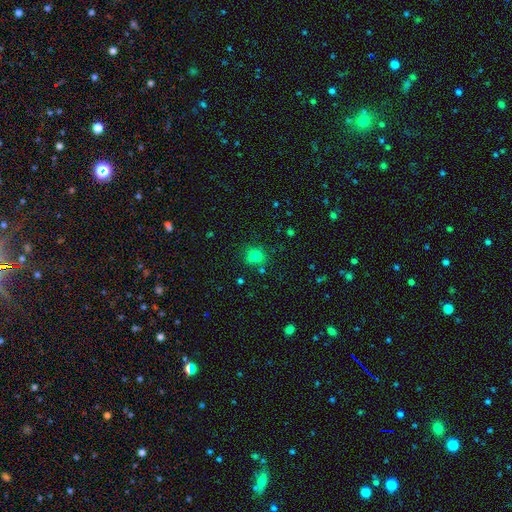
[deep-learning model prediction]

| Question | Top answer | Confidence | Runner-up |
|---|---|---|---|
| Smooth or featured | smooth | 77% | star or artifact (16%) |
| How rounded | round | 75% | in between (24%) |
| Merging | none | 75% | minor disturbance (15%) |